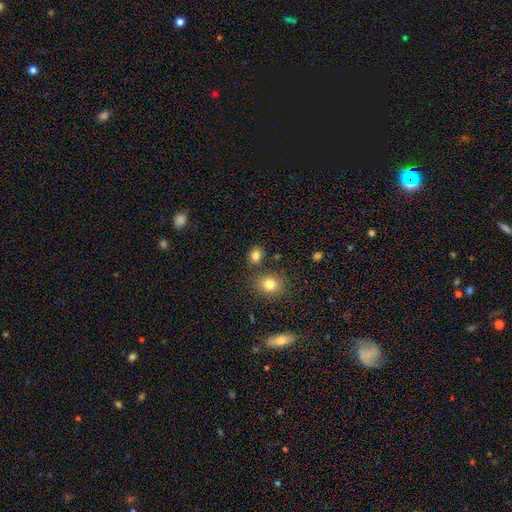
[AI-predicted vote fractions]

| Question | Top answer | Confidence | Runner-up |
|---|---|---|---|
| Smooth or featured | smooth | 81% | star or artifact (13%) |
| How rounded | round | 67% | in between (32%) |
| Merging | none | 79% | minor disturbance (9%) |